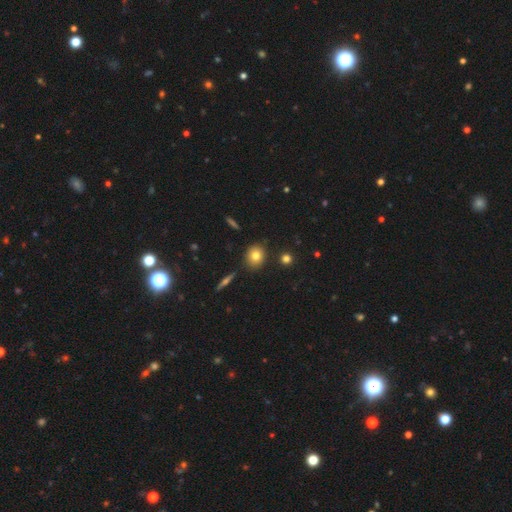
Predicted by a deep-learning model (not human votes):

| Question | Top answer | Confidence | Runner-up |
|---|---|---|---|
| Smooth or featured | smooth | 79% | featured or disk (11%) |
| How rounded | round | 70% | in between (29%) |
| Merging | none | 87% | minor disturbance (8%) |